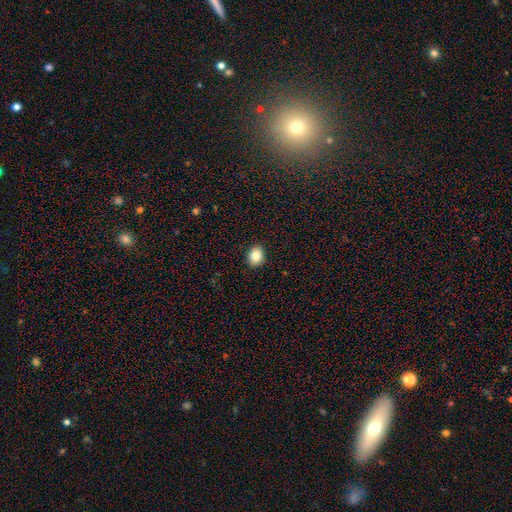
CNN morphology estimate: This is clearly a smooth galaxy (84%). How rounded: possibly in between (56%). Merging: clearly none (91%).